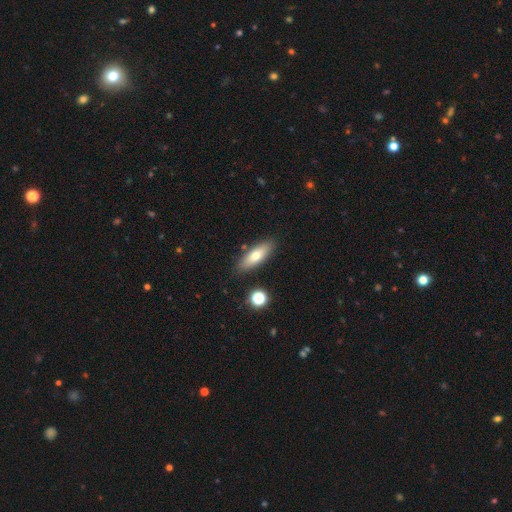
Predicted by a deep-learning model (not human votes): This is likely a smooth galaxy (69%). How rounded: likely in between (62%). Merging: clearly none (84%).